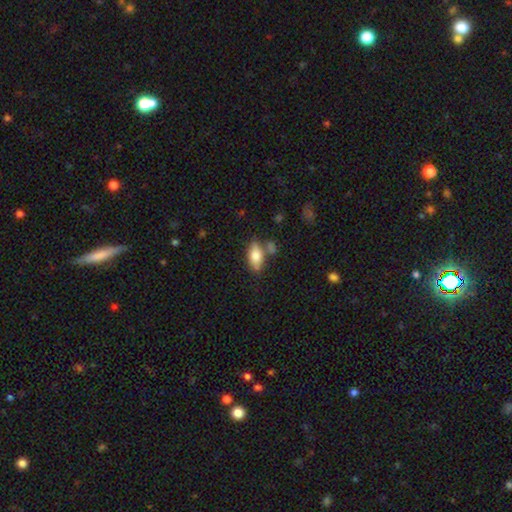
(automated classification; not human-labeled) The model was most divided on "merging": none: 64%, minor disturbance: 18%, merger: 13%, major disturbance: 5%. More confident: how rounded — in between (88%); smooth or featured — smooth (78%).